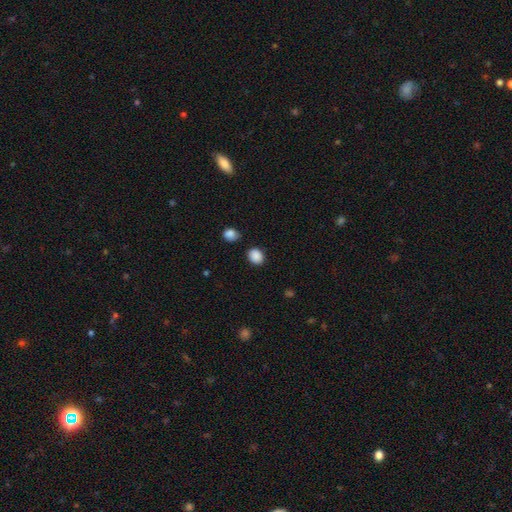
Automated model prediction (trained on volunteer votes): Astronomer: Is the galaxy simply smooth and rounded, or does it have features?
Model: smooth — 88%.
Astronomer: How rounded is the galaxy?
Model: round — 53% (runner-up: in between, 46%).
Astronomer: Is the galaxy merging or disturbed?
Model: none — 83%.